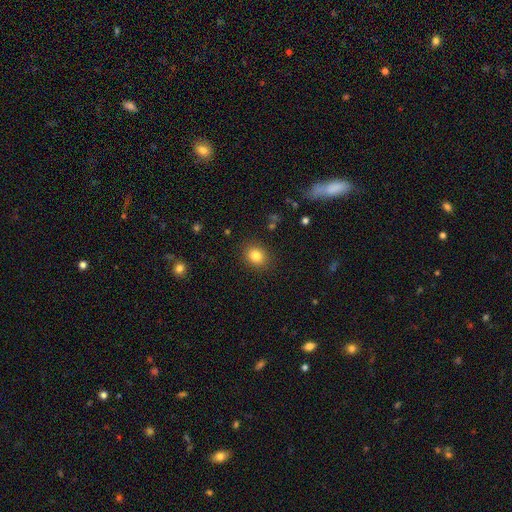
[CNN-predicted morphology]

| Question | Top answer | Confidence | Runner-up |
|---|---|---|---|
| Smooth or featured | smooth | 83% | star or artifact (11%) |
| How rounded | round | 60% | in between (39%) |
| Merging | none | 88% | minor disturbance (8%) |